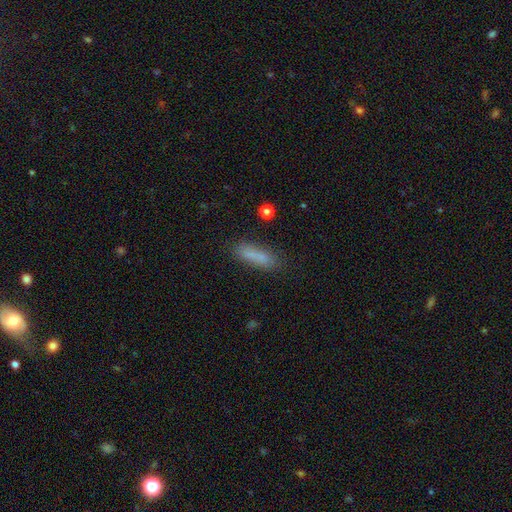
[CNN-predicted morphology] This appears to be a smooth galaxy with no disk features (80%) that is cigar-shaped (68%). Merging: none (77%).